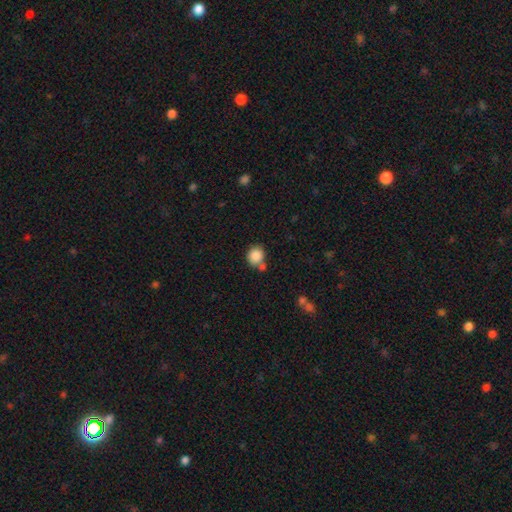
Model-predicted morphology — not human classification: Smooth or featured?
  - smooth: 86% *
  - star or artifact: 9%
  - featured or disk: 5%
How rounded?
  - round: 83% *
  - in between: 16%
  - cigar-shaped: 1%
Merging?
  - none: 61% *
  - merger: 21%
  - minor disturbance: 13%
  - major disturbance: 4%